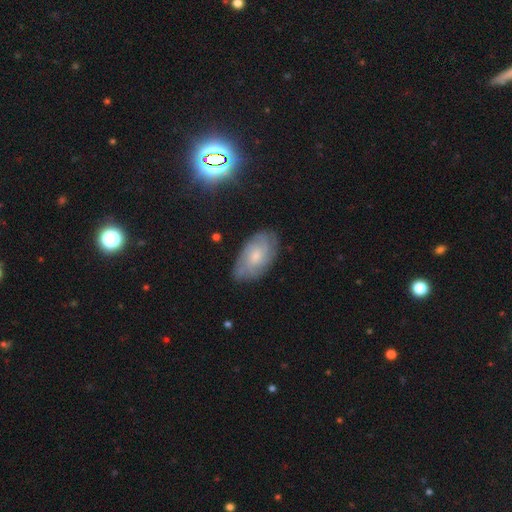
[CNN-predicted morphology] Smooth or featured? Predicted: featured or disk (p=0.57). Edge-on disk? Predicted: no (p=0.93). Bar? Predicted: no (p=0.71). Spiral arms? Predicted: yes (p=0.84). Bulge size? Predicted: small (p=0.57). Merging? Predicted: none (p=0.76).